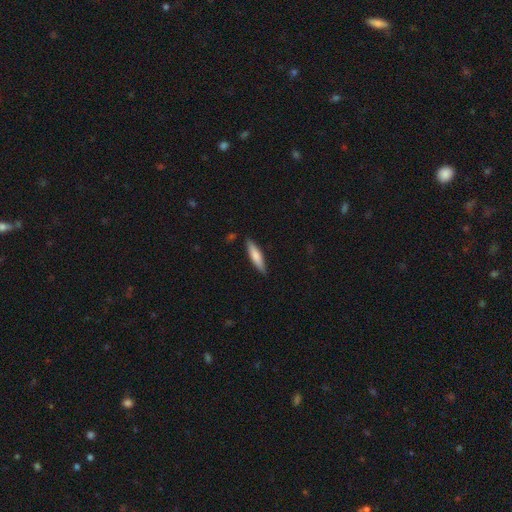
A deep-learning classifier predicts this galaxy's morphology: type=smooth (71%); roundness=cigar-shaped (79%); merging=none (86%).